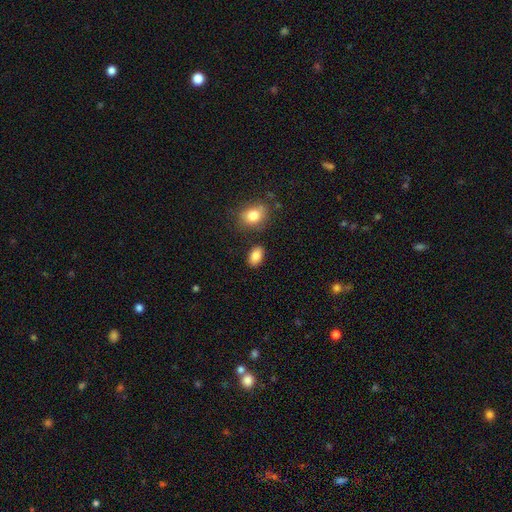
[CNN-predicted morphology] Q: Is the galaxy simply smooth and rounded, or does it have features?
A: smooth — 85%.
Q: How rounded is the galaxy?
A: in between — 89%.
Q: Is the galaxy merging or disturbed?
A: none — 84%.